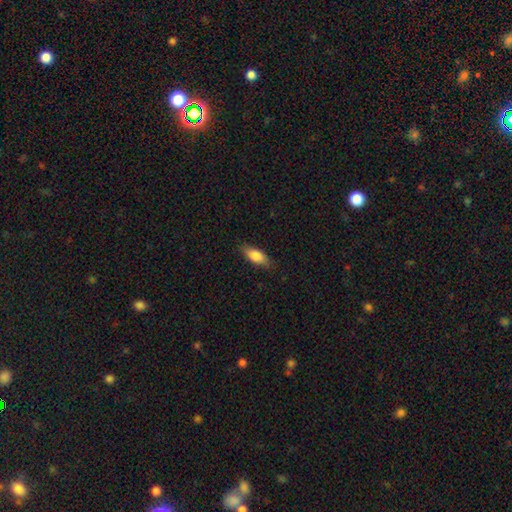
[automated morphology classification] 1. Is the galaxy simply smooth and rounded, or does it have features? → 83% smooth, 11% featured or disk, 6% star or artifact.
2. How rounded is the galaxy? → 78% in between, 19% cigar-shaped, 2% round.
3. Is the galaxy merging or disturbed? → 83% none, 13% minor disturbance, 3% major disturbance, 1% merger.